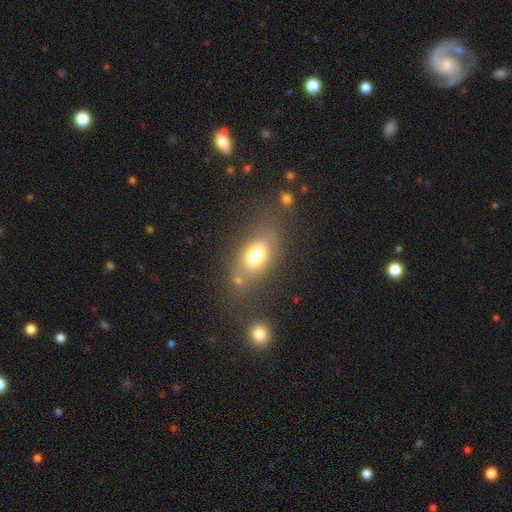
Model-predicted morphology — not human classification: Smooth or featured? smooth (69%)
How rounded? in between (76%)
Merging? none (59%)